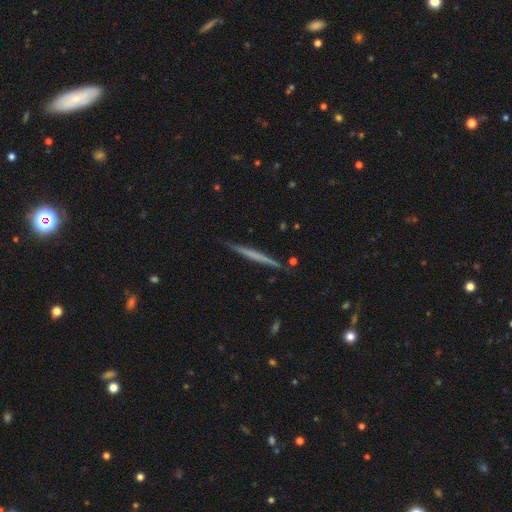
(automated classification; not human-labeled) Q: Smooth or featured?
A: featured or disk (50%); runner-up: smooth (44%)
Q: Edge-on disk?
A: yes (97%); runner-up: no (3%)
Q: Merging?
A: none (90%); runner-up: minor disturbance (8%)